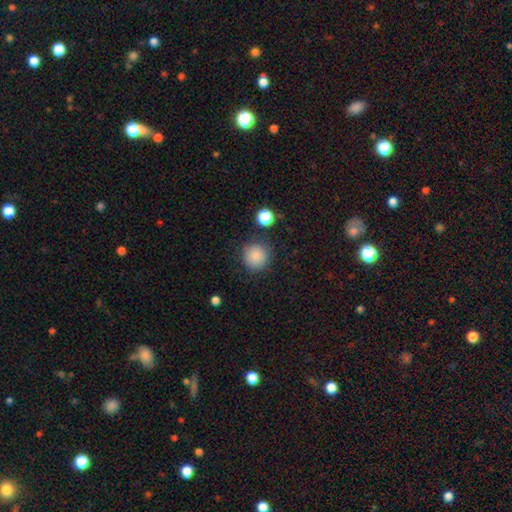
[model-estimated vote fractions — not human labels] smooth_or_featured: smooth (p=0.86) [alt: star or artifact p=0.10]
how_rounded: round (p=0.95) [alt: in between p=0.05]
merging: none (p=0.87) [alt: minor disturbance p=0.08]